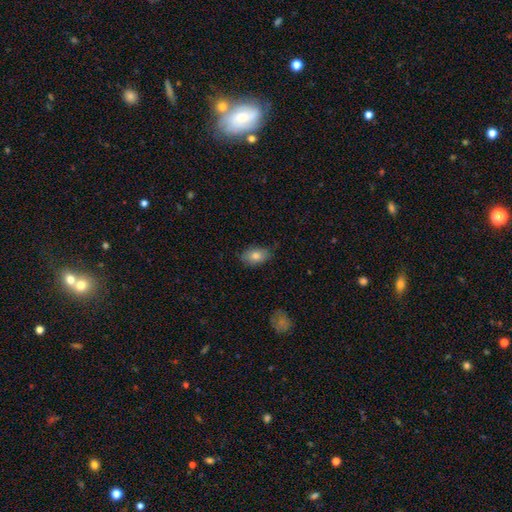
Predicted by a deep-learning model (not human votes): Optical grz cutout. It shows a smooth galaxy with no disk features (82%) that is in between round and cigar-shaped (90%). Merging: none (77%).